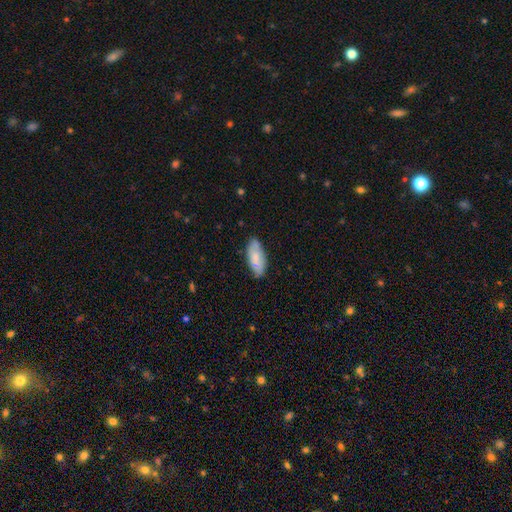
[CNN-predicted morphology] Smooth or featured? smooth (70%)
How rounded? in between (87%)
Merging? none (73%)